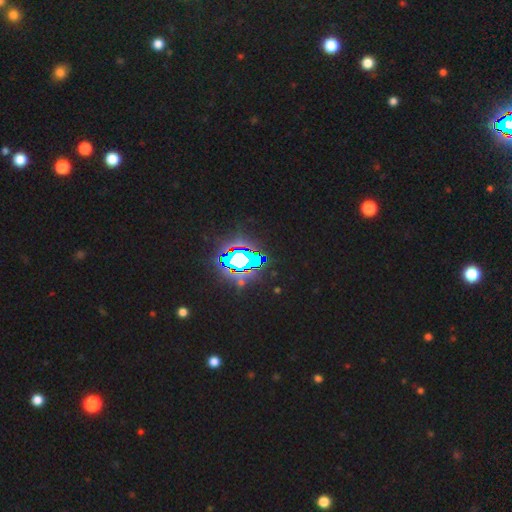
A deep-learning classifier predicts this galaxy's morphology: Smooth or featured?
  - star or artifact: 84% *
  - smooth: 10%
  - featured or disk: 6%